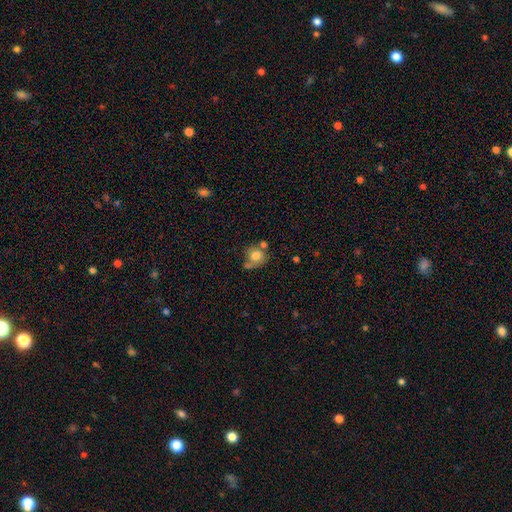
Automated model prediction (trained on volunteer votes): smooth_or_featured: smooth (p=0.75) [alt: featured or disk p=0.15]
how_rounded: round (p=0.81) [alt: in between p=0.18]
merging: none (p=0.48) [alt: merger p=0.25]